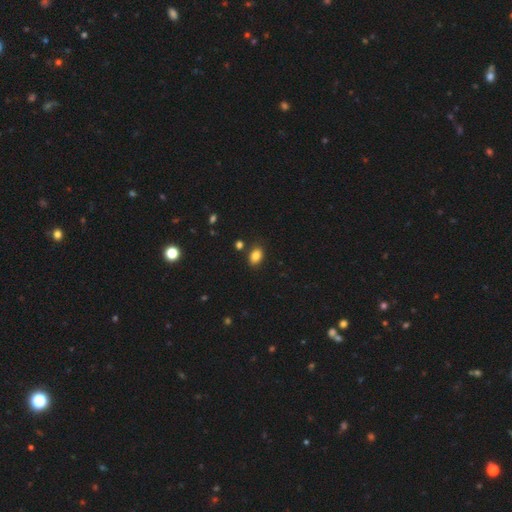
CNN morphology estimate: Smooth or featured? Predicted: smooth (p=0.84). How rounded? Predicted: in between (p=0.83). Merging? Predicted: none (p=0.83).